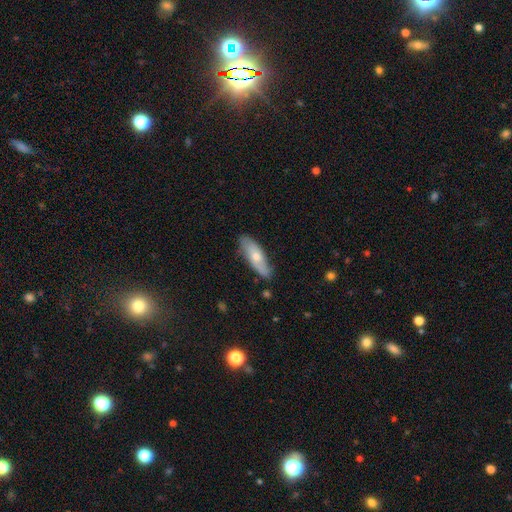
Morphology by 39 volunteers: A smooth galaxy with no disk features (59%) that is cigar-shaped (57%).

Vote fractions:
- Smooth or featured? smooth: 59% / featured or disk: 38% / star or artifact: 3%
- How rounded? cigar-shaped: 57% / in between: 43% / round: 0%
- Merging? none: 74% / minor disturbance: 24% / major disturbance: 3% / merger: 0%